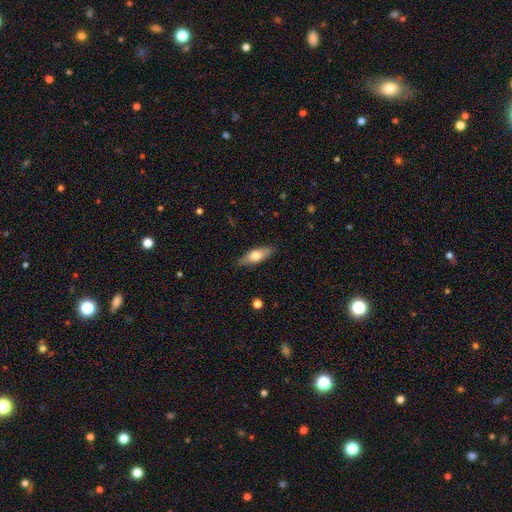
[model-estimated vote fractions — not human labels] A smooth galaxy with no disk features (65%) that is in between round and cigar-shaped (63%).

Vote fractions:
- Smooth or featured? smooth: 65% / featured or disk: 29% / star or artifact: 6%
- How rounded? in between: 63% / cigar-shaped: 34% / round: 3%
- Merging? none: 86% / minor disturbance: 10% / major disturbance: 2% / merger: 1%